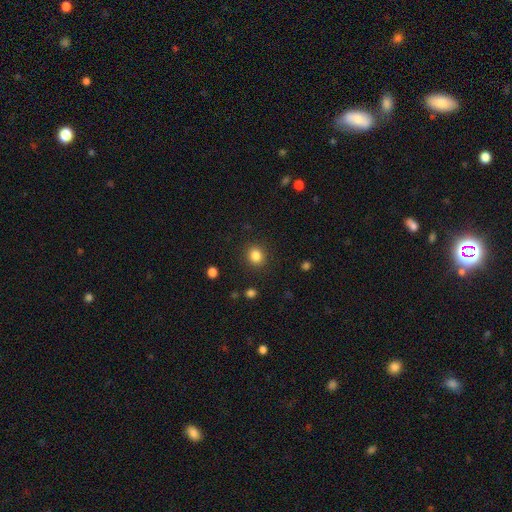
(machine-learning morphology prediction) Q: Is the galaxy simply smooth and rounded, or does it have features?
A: smooth — 84%.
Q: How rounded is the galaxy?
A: round — 81%.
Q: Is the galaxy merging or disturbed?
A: none — 90%.